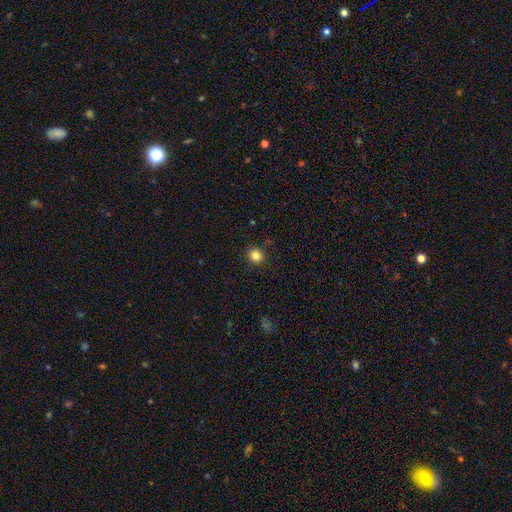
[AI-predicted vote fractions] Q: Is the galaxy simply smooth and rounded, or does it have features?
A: smooth — 83%.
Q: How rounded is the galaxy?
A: round — 92%.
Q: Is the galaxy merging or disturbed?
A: none — 91%.